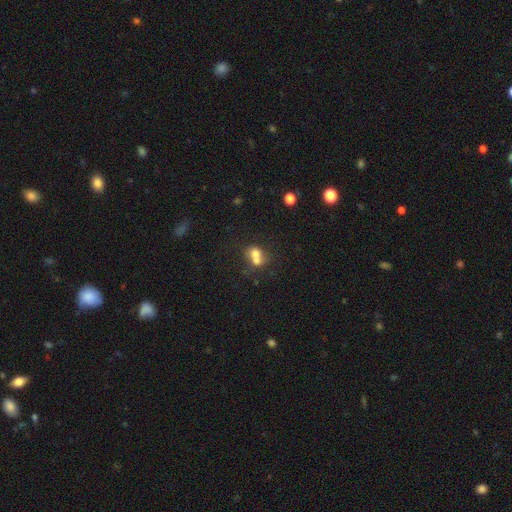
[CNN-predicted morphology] Overall: smooth (66%). How rounded: round (54%; in between 44%). Merging: merger (64%; none 24%).